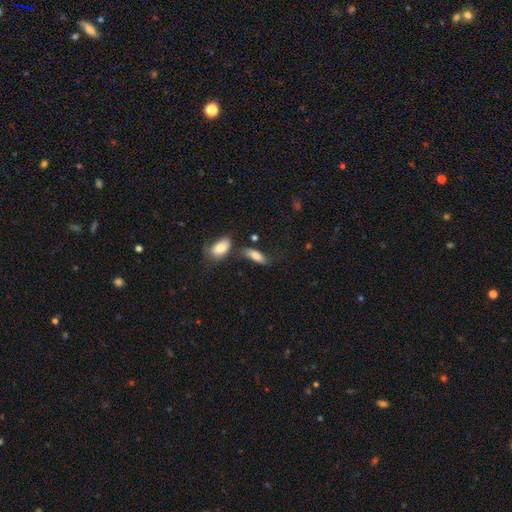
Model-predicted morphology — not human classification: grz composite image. It shows a smooth galaxy with no disk features (81%) that is in between round and cigar-shaped (72%). Merging: none (54%).